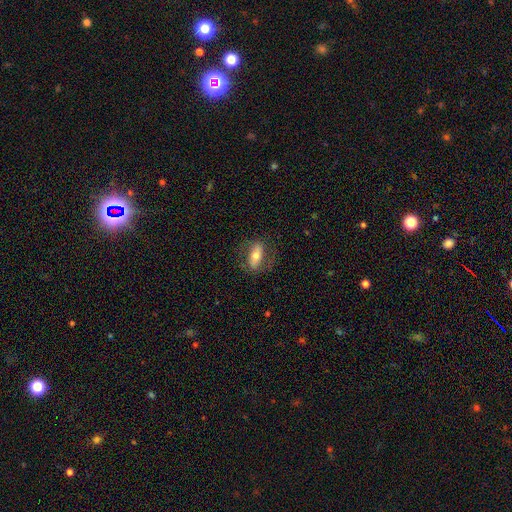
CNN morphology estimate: The model was most divided on "smooth or featured": smooth: 48%, featured or disk: 45%, star or artifact: 7%. More confident: merging — none (73%).